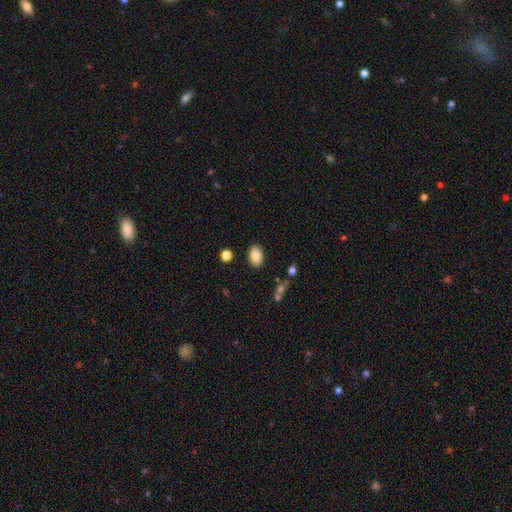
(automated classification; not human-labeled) smooth-or-featured: smooth: 85% | star or artifact: 8% | featured or disk: 7%
  how-rounded: in between: 88% | round: 11% | cigar-shaped: 1%
  merging: none: 86% | minor disturbance: 9% | major disturbance: 2% | merger: 2%